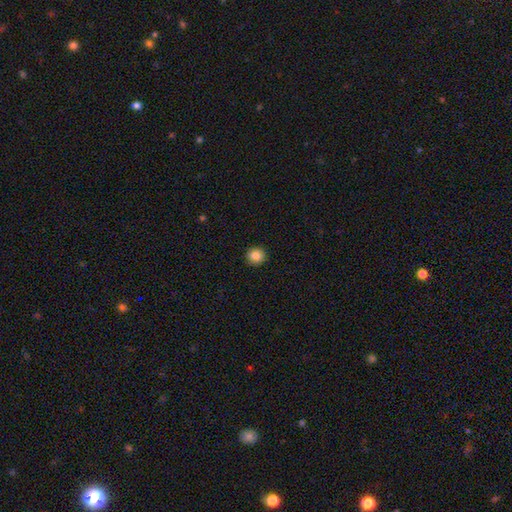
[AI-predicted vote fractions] This is clearly a smooth galaxy (85%). How rounded: clearly round (90%). Merging: clearly none (92%).